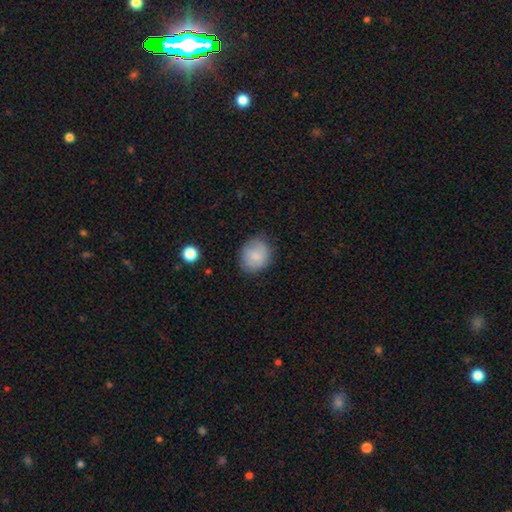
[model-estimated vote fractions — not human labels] A smooth galaxy with no disk features (78%) that is round (68%).

Vote fractions:
- Smooth or featured? smooth: 78% / featured or disk: 15% / star or artifact: 7%
- How rounded? round: 68% / in between: 31% / cigar-shaped: 1%
- Merging? none: 74% / minor disturbance: 20% / major disturbance: 5% / merger: 1%